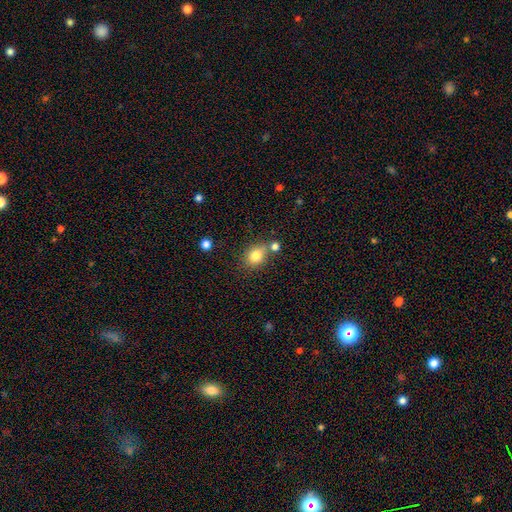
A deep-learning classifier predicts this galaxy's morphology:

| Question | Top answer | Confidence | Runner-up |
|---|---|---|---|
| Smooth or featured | smooth | 80% | star or artifact (11%) |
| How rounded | round | 61% | in between (38%) |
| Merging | none | 66% | merger (18%) |